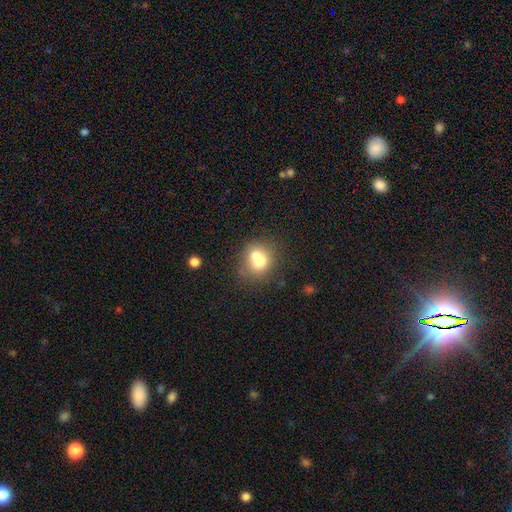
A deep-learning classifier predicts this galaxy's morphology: Overall: smooth (67%). How rounded: round (68%; in between 31%). Merging: merger (52%; none 34%).